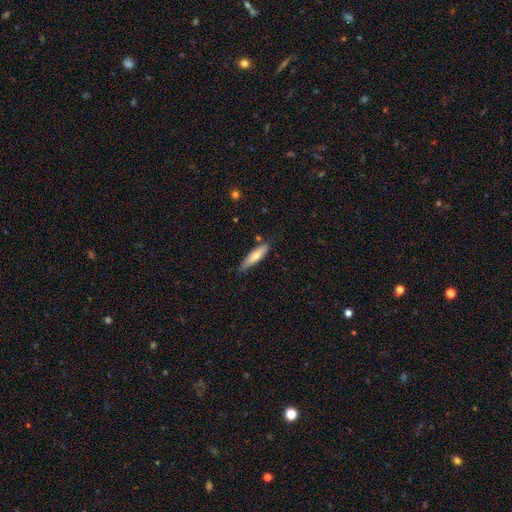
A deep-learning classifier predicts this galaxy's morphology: This is likely a smooth galaxy (65%). How rounded: likely cigar-shaped (73%). Merging: likely none (72%).